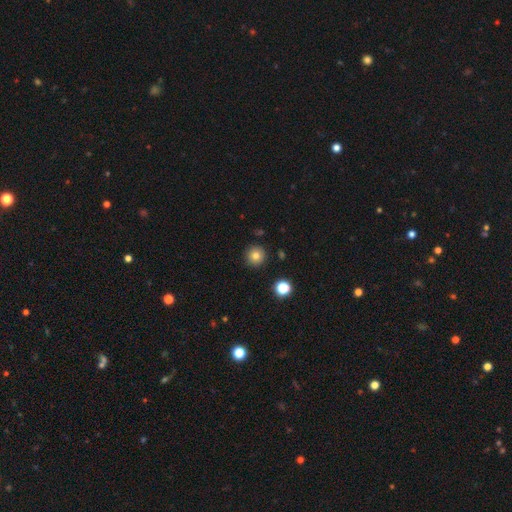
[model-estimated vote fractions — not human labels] Smooth or featured? Predicted: smooth (p=0.80). How rounded? Predicted: round (p=0.96). Merging? Predicted: none (p=0.91).